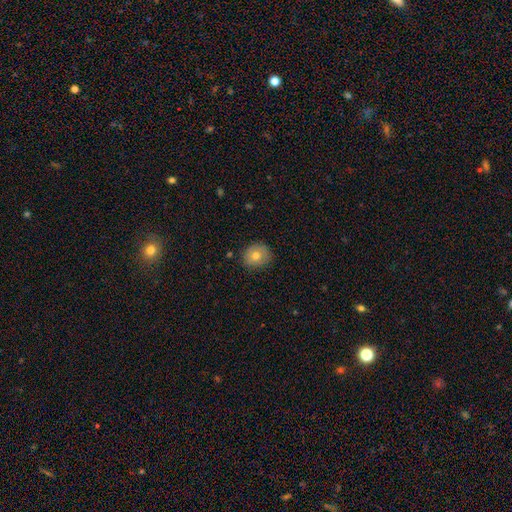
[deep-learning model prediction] This appears to be a smooth galaxy with no disk features (71%) that is round (75%). Merging: none (82%).